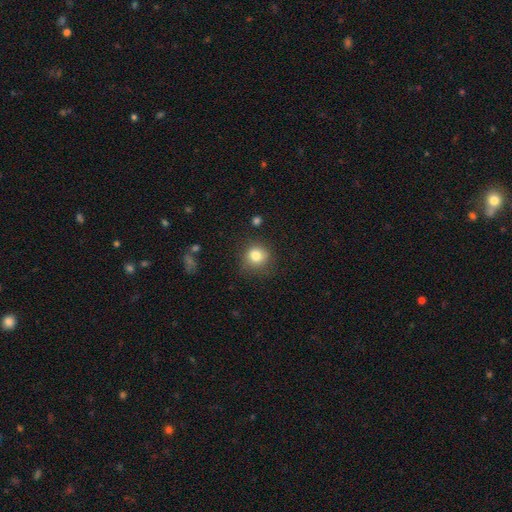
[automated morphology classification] Smooth or featured: smooth — 82% (star or artifact — 11%)
How rounded: round — 87% (in between — 12%)
Merging: none — 76% (minor disturbance — 17%)